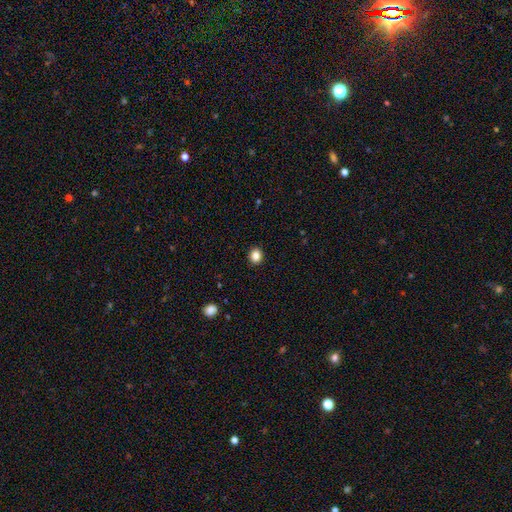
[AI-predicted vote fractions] Smooth or featured? Predicted: smooth (p=0.85). How rounded? Predicted: round (p=0.75). Merging? Predicted: none (p=0.92).